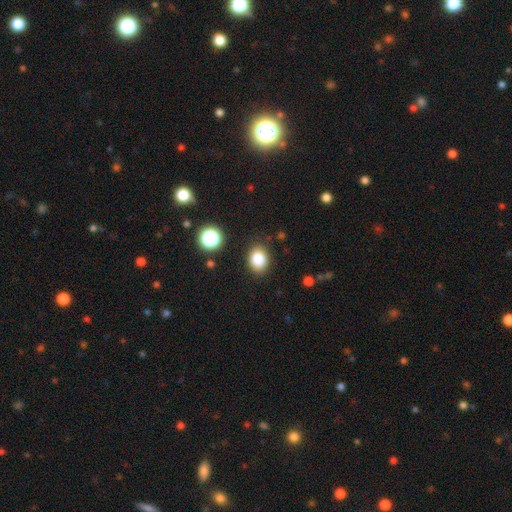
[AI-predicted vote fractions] Smooth or featured?
  - smooth: 82% *
  - star or artifact: 11%
  - featured or disk: 7%
How rounded?
  - in between: 58% *
  - round: 41%
  - cigar-shaped: 1%
Merging?
  - none: 87% *
  - minor disturbance: 9%
  - major disturbance: 3%
  - merger: 2%